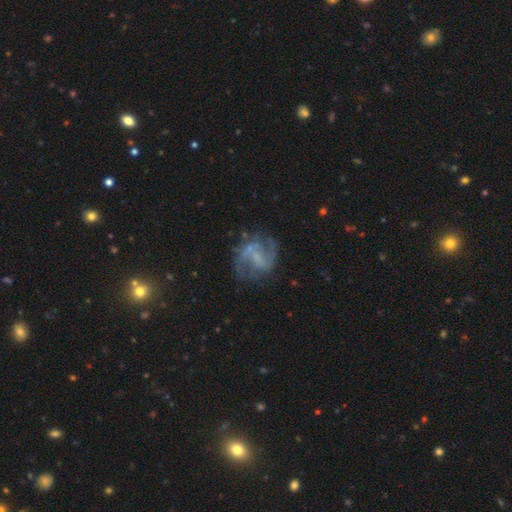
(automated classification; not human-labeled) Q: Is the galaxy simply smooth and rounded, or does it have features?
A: featured or disk — 79%.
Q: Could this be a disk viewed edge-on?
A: no — 98%.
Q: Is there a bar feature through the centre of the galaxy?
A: weak — 48%.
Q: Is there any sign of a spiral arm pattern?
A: yes — 88%.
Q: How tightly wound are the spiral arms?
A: medium — 48%.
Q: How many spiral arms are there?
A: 2 — 82%.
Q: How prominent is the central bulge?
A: none — 50%.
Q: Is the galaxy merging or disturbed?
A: none — 66%.